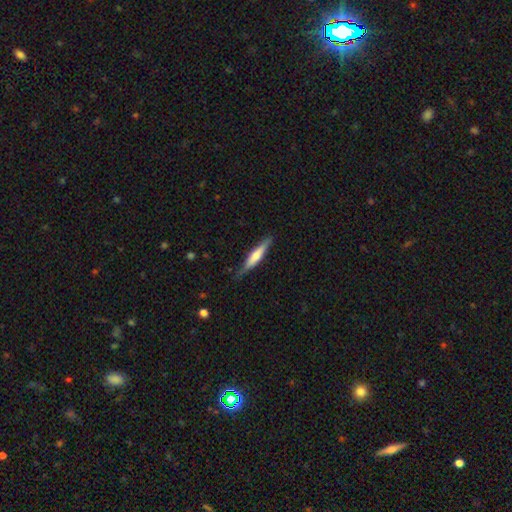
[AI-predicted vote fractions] smooth-or-featured: featured or disk: 49% | smooth: 46% | star or artifact: 5%
  merging: none: 82% | minor disturbance: 14% | major disturbance: 2% | merger: 1%